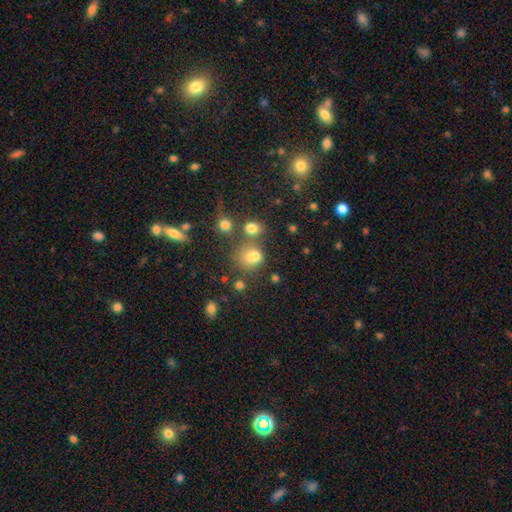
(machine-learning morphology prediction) A smooth galaxy with no disk features (73%) that is round (64%).

Vote fractions:
- Smooth or featured? smooth: 73% / star or artifact: 18% / featured or disk: 9%
- How rounded? round: 64% / in between: 34% / cigar-shaped: 1%
- Merging? none: 53% / merger: 22% / minor disturbance: 16% / major disturbance: 9%